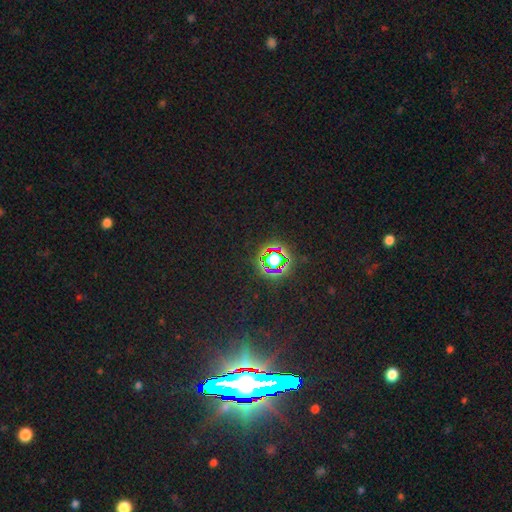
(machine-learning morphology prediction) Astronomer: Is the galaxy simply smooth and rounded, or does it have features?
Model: star or artifact — 84%.